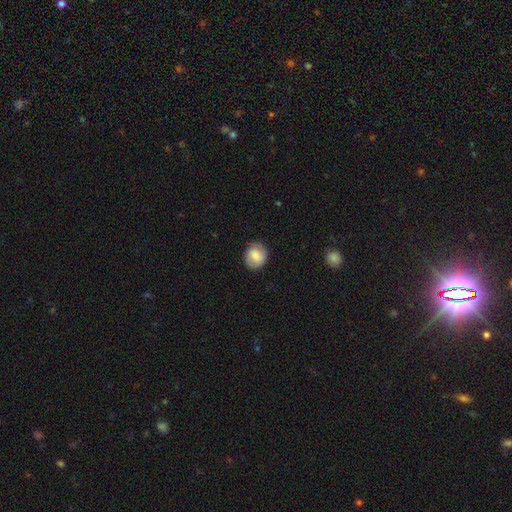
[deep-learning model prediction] Smooth or featured?
  - smooth: 72% *
  - featured or disk: 21%
  - star or artifact: 8%
How rounded?
  - round: 72% *
  - in between: 27%
  - cigar-shaped: 1%
Merging?
  - none: 79% *
  - minor disturbance: 15%
  - major disturbance: 4%
  - merger: 1%